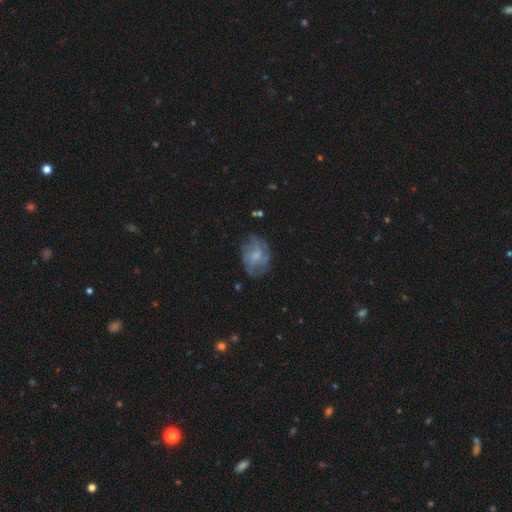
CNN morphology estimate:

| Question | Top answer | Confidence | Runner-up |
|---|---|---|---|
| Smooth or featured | featured or disk | 62% | smooth (30%) |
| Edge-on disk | no | 97% | yes (3%) |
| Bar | no | 69% | weak (28%) |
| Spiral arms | yes | 74% | no (26%) |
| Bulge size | moderate | 42% | small (39%) |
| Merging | none | 64% | minor disturbance (22%) |